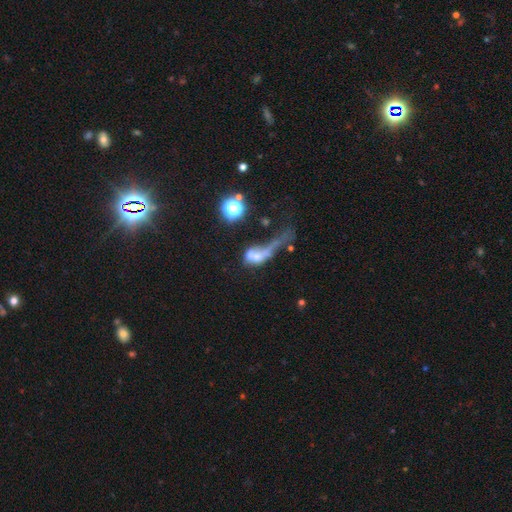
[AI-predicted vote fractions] The model was most divided on "merging": merger: 43%, major disturbance: 38%, none: 11%, minor disturbance: 8%. Remaining: smooth or featured — smooth (44%).